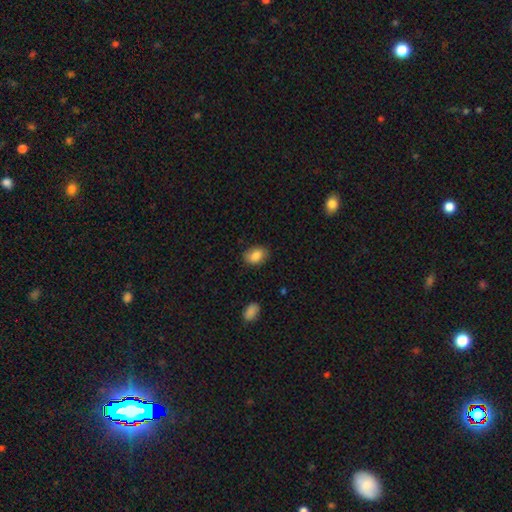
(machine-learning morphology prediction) Overall: smooth (85%). How rounded: in between (79%). Merging: none (83%).